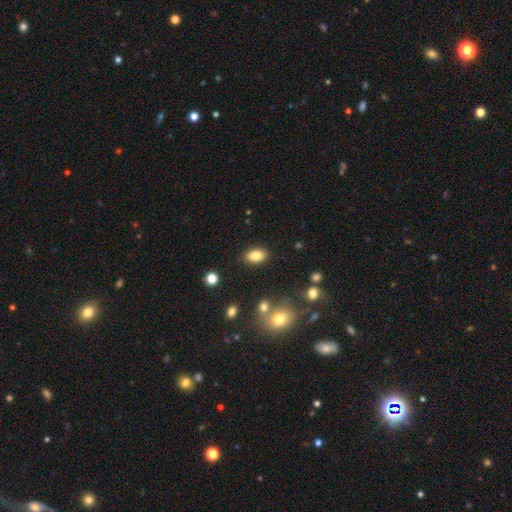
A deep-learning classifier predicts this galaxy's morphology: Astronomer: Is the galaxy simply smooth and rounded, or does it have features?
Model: smooth — 83%.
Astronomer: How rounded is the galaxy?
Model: in between — 90%.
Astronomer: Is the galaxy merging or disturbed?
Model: none — 87%.